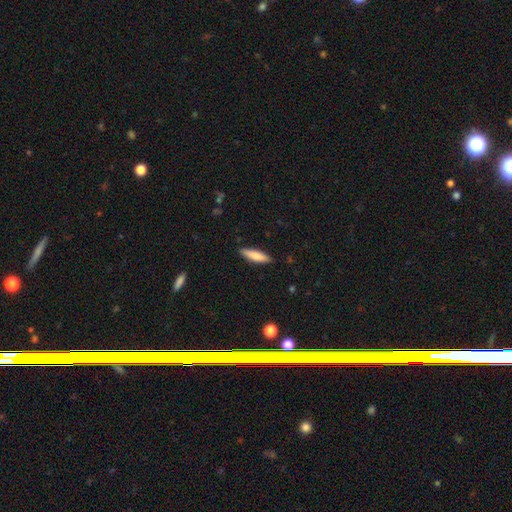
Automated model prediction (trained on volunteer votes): Overall: smooth (78%). How rounded: cigar-shaped (71%). Merging: none (88%).